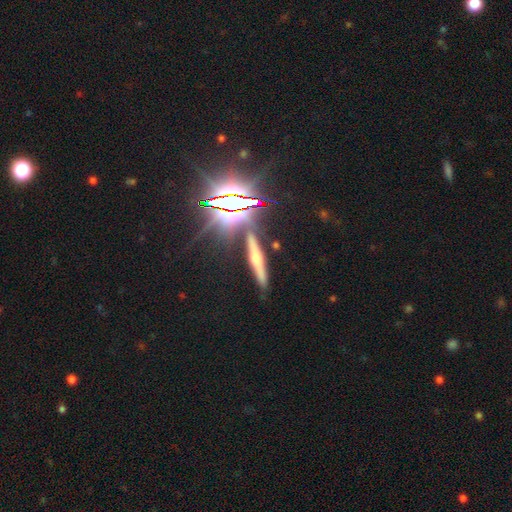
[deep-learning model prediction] Smooth or featured? featured or disk (41%)
Merging? none (81%)